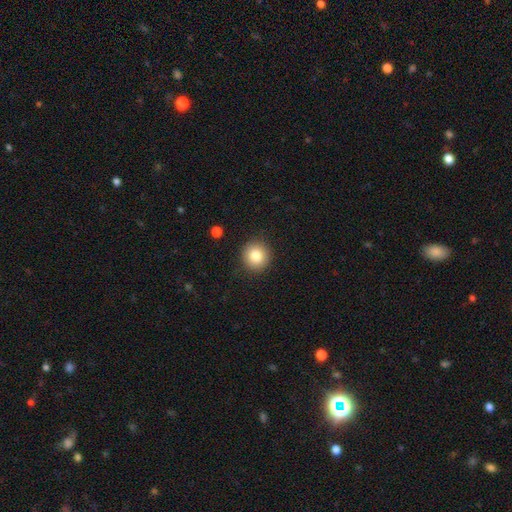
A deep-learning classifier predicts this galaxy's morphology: smooth_or_featured: smooth (p=0.82) [alt: star or artifact p=0.10]
how_rounded: round (p=0.93) [alt: in between p=0.06]
merging: none (p=0.90) [alt: minor disturbance p=0.06]